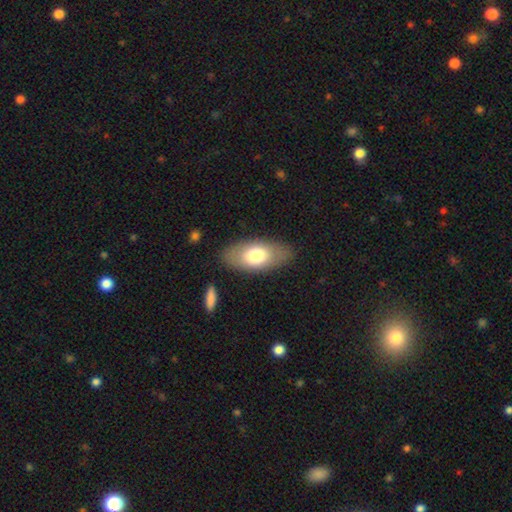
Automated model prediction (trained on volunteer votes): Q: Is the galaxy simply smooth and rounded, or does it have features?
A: smooth — 71%.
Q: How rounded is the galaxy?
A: in between — 92%.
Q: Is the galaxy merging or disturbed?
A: none — 82%.